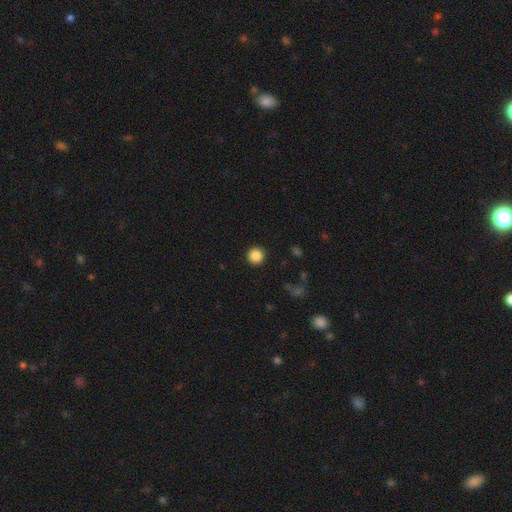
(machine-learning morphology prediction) smooth 87%, star or artifact 10%, featured or disk 3%. Down the decision tree: how rounded — round (95%); merging — none (92%).